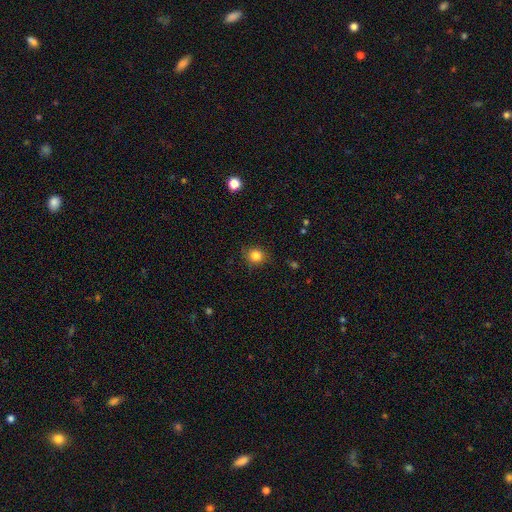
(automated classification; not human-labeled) Smooth or featured? Predicted: smooth (p=0.83). How rounded? Predicted: round (p=0.82). Merging? Predicted: none (p=0.85).